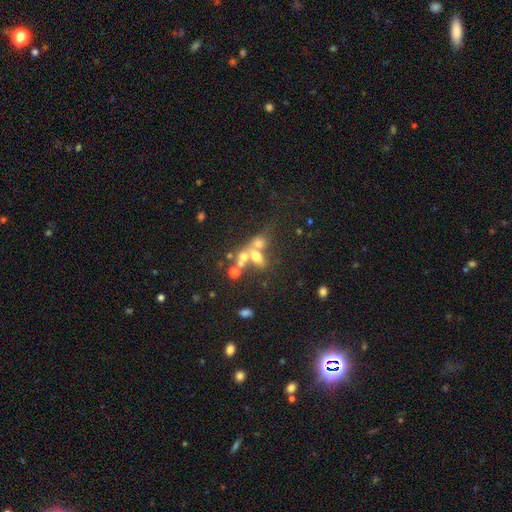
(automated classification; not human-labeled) This appears to be a smooth galaxy with no disk features (53%) that is in between round and cigar-shaped (55%). Merging: merger (58%).